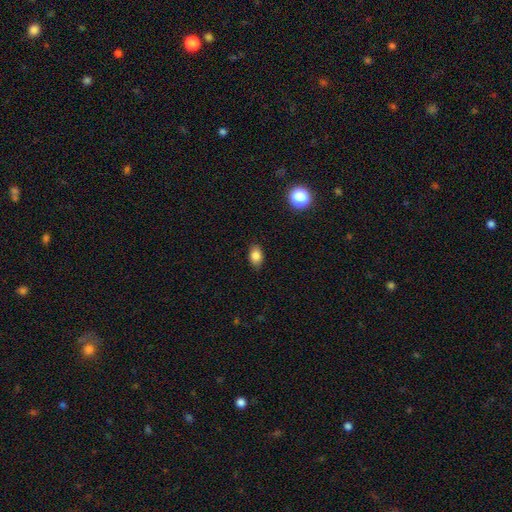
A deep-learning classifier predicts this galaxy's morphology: A smooth galaxy with no disk features (83%) that is in between round and cigar-shaped (83%). Merging: none (86%).